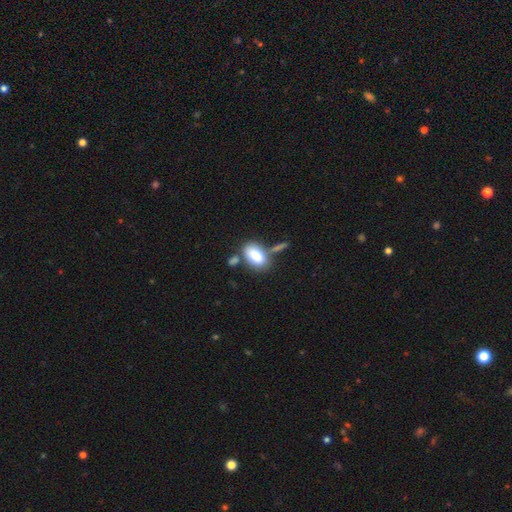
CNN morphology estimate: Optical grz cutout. It shows a smooth galaxy with no disk features (80%) that is in between round and cigar-shaped (90%). Merging: none (55%).